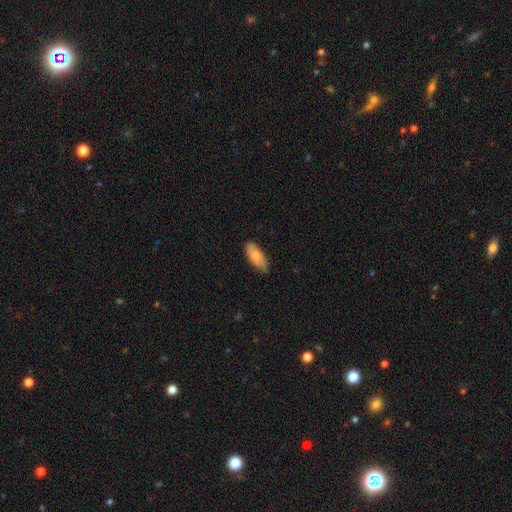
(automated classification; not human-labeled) This appears to be a smooth galaxy with no disk features (74%) that is in between round and cigar-shaped (83%). Merging: none (76%).